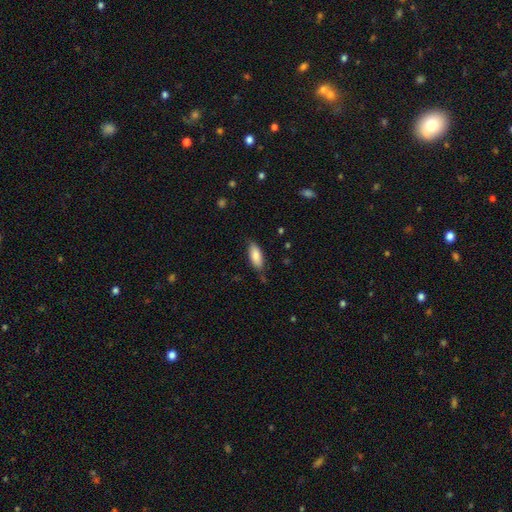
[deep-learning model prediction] Smooth or featured? smooth (84%)
How rounded? in between (81%)
Merging? none (76%)